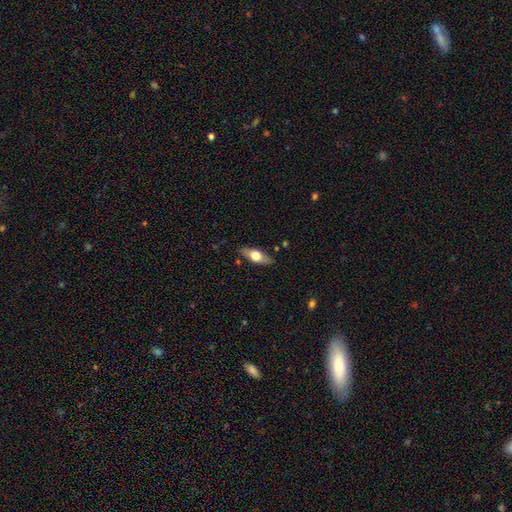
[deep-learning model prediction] Smooth or featured?
  - smooth: 57% *
  - featured or disk: 37%
  - star or artifact: 6%
How rounded?
  - in between: 71% *
  - cigar-shaped: 25%
  - round: 4%
Merging?
  - none: 83% *
  - minor disturbance: 13%
  - major disturbance: 3%
  - merger: 1%